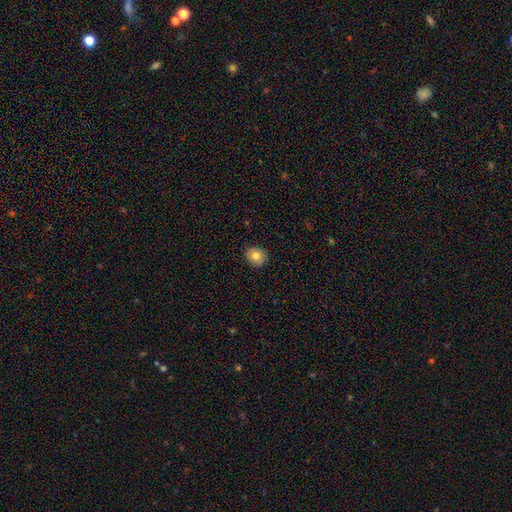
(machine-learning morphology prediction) smooth-or-featured: smooth: 79% | featured or disk: 11% | star or artifact: 9%
  how-rounded: round: 73% | in between: 27% | cigar-shaped: 1%
  merging: none: 87% | minor disturbance: 10% | major disturbance: 2% | merger: 1%